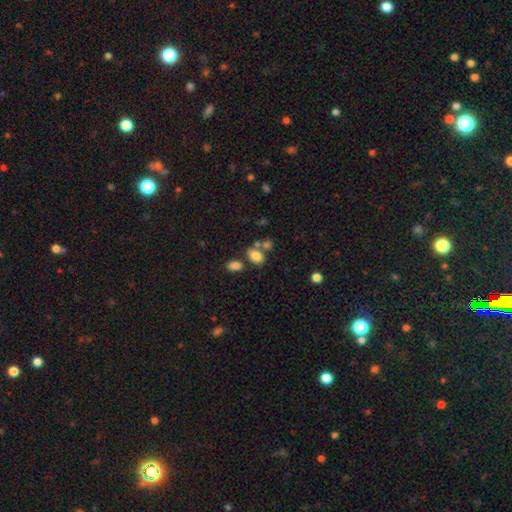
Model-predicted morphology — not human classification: Smooth or featured? Predicted: smooth (p=0.80). How rounded? Predicted: in between (p=0.81). Merging? Predicted: none (p=0.56).